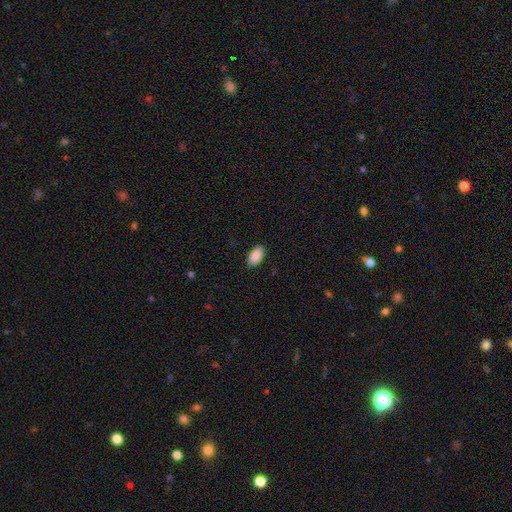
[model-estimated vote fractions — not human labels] Morphology: type=smooth (89%); roundness=in between (94%); merging=none (85%).